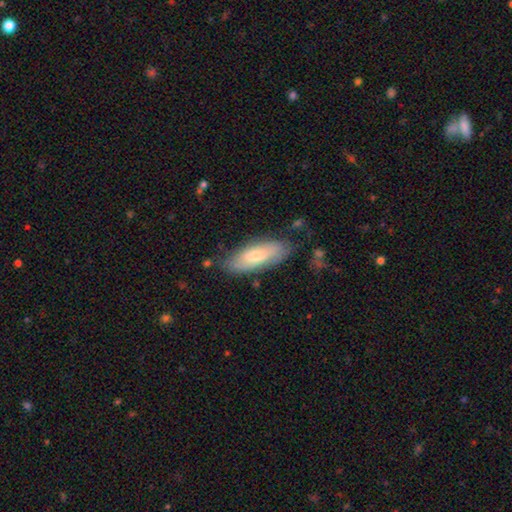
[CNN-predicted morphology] Smooth or featured?
  - smooth: 65% *
  - featured or disk: 29%
  - star or artifact: 6%
How rounded?
  - in between: 66% *
  - cigar-shaped: 32%
  - round: 2%
Merging?
  - none: 75% *
  - minor disturbance: 19%
  - major disturbance: 4%
  - merger: 2%